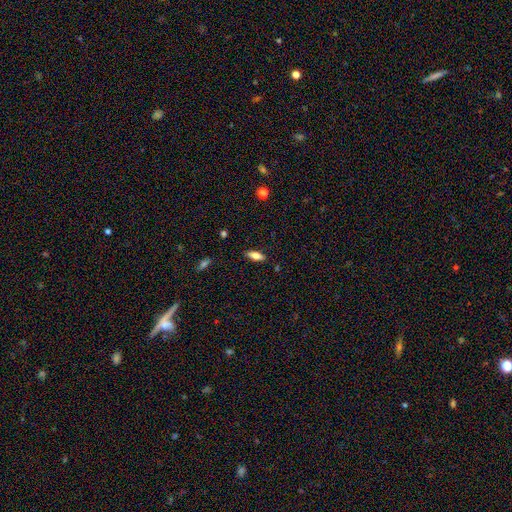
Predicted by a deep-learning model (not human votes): smooth_or_featured: smooth (p=0.70) [alt: featured or disk p=0.22]
how_rounded: in between (p=0.69) [alt: cigar-shaped p=0.29]
merging: none (p=0.86) [alt: minor disturbance p=0.10]